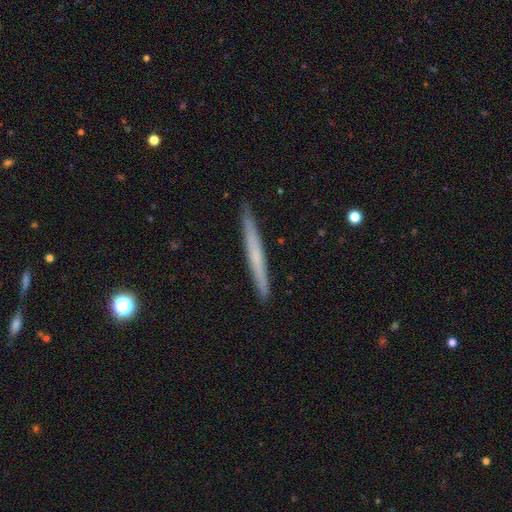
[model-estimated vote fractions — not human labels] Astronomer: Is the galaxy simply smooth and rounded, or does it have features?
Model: smooth — 51% (runner-up: featured or disk, 43%).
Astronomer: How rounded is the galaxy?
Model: cigar-shaped — 97%.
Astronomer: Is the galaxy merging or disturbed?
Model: none — 91%.